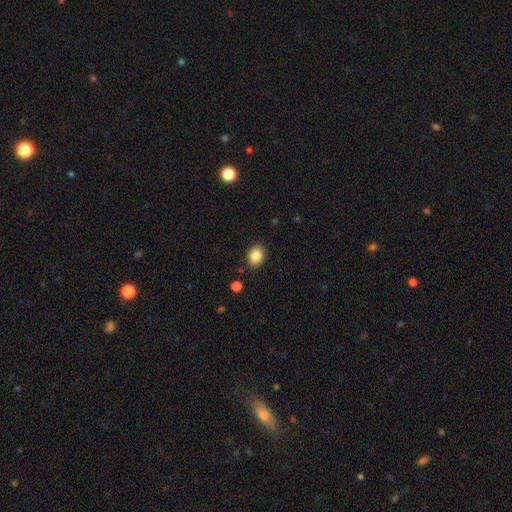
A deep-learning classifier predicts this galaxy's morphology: A smooth galaxy with no disk features (86%) that is in between round and cigar-shaped (51%).

Vote fractions:
- Smooth or featured? smooth: 86% / star or artifact: 10% / featured or disk: 5%
- How rounded? in between: 51% / round: 48% / cigar-shaped: 1%
- Merging? none: 88% / minor disturbance: 8% / major disturbance: 2% / merger: 2%